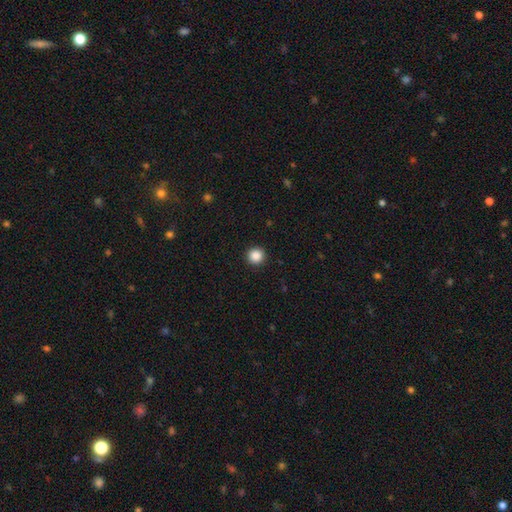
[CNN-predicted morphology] A smooth galaxy with no disk features (87%) that is round (95%).

Vote fractions:
- Smooth or featured? smooth: 87% / star or artifact: 10% / featured or disk: 3%
- How rounded? round: 95% / in between: 4% / cigar-shaped: 1%
- Merging? none: 93% / minor disturbance: 5% / major disturbance: 2% / merger: 1%